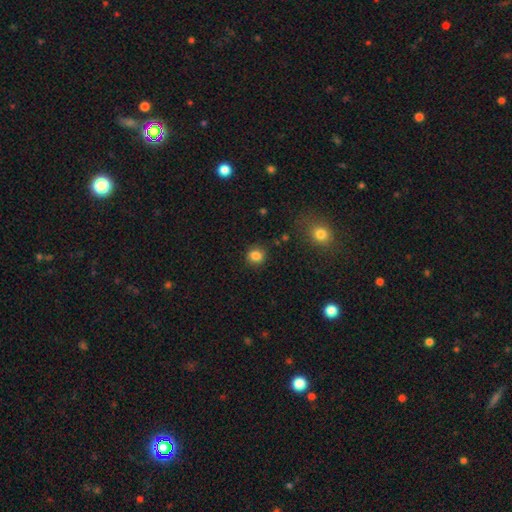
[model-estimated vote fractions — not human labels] Overall: smooth (84%). How rounded: round (82%). Merging: none (87%).